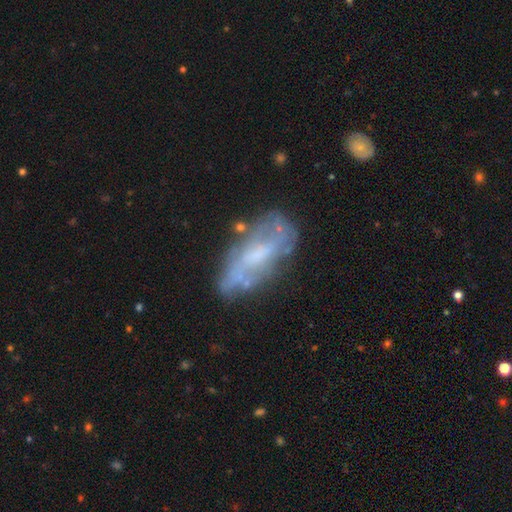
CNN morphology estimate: Smooth or featured: featured or disk — 64% (smooth — 28%)
Edge-on disk: no — 88% (yes — 12%)
Bar: no — 43% (weak — 42%)
Spiral arms: yes — 53% (no — 47%)
Bulge size: moderate — 36% (small — 33%)
Merging: none — 57% (minor disturbance — 24%)